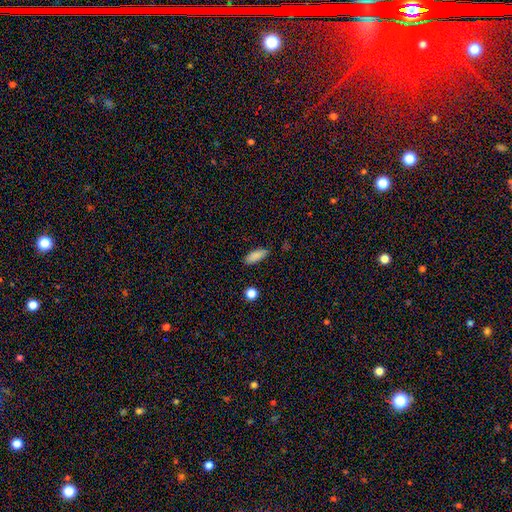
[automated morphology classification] type=smooth (86%); roundness=in between (70%); merging=none (82%).